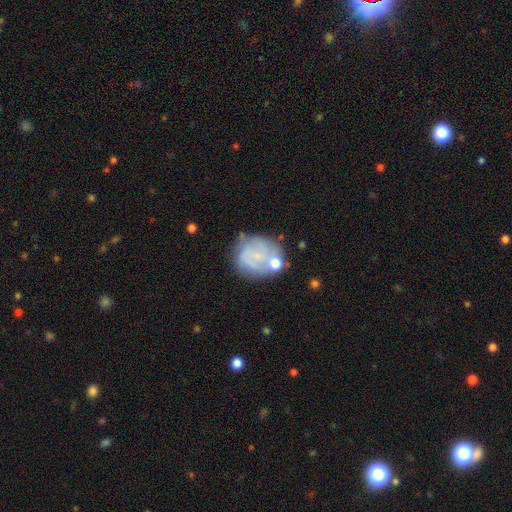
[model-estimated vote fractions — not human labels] Q: Smooth or featured?
A: featured or disk (45%); runner-up: smooth (42%)
Q: Merging?
A: none (56%); runner-up: minor disturbance (21%)